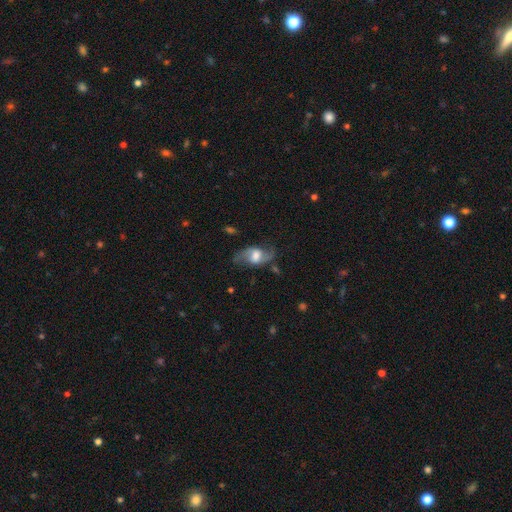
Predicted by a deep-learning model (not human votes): This appears to be a featured or disk galaxy (76%) with a weak bar (51%), 2 (91%) loose (62%) spiral arms (92%) and a moderate central bulge (47%). Merging: none (70%).